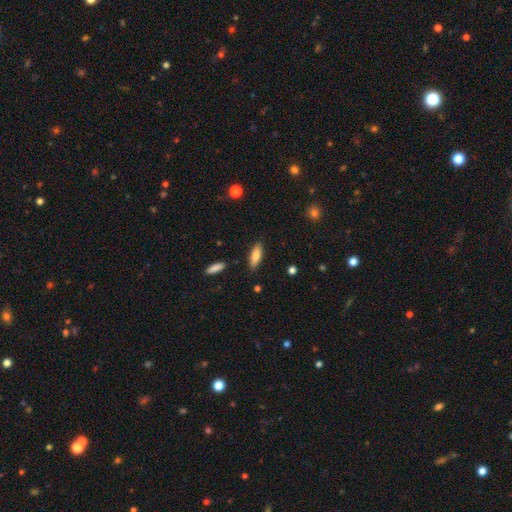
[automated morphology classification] Smooth or featured? smooth (82%)
How rounded? in between (58%)
Merging? none (84%)